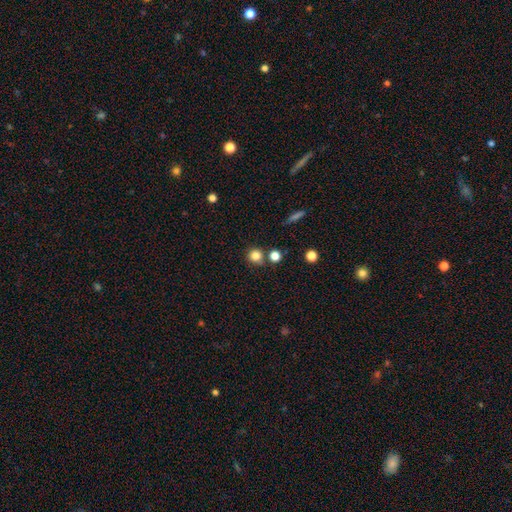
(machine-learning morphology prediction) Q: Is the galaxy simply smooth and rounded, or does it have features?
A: smooth — 82%.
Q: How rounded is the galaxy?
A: round — 91%.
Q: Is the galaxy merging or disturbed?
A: none — 76%.